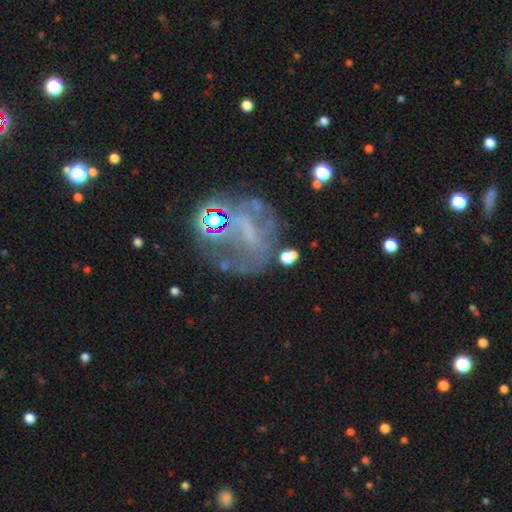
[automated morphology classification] smooth-or-featured: featured or disk: 54% | star or artifact: 29% | smooth: 17%
  disk-edge-on: no: 96% | yes: 4%
    bar: no: 58% | weak: 26% | strong: 16%
    has-spiral-arms: no: 65% | yes: 35%
    bulge-size: none: 63% | small: 22% | moderate: 11% | large: 2% | dominant: 1%
  merging: none: 43% | major disturbance: 32% | minor disturbance: 18% | merger: 7%